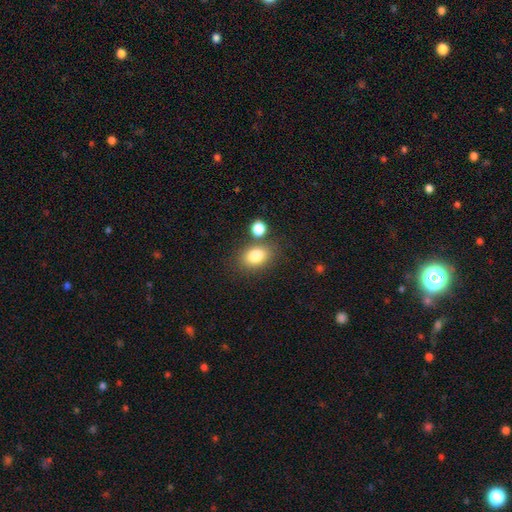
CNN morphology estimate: Smooth or featured? smooth (83%)
How rounded? in between (74%)
Merging? none (70%)